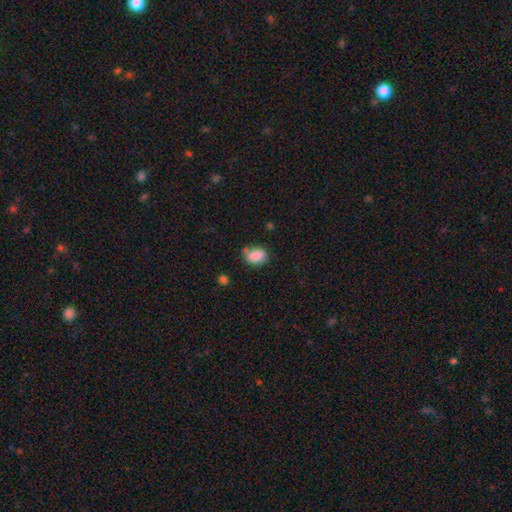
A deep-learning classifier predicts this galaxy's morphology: The model was most divided on "merging": none: 63%, minor disturbance: 22%, merger: 9%, major disturbance: 5%. More confident: smooth or featured — smooth (85%); how rounded — in between (73%).